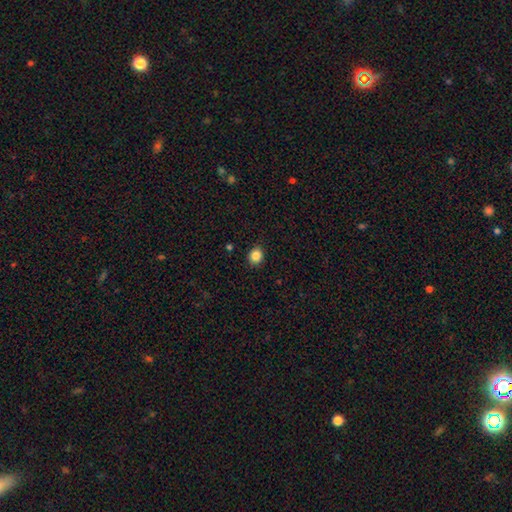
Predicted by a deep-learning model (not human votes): Smooth or featured? Predicted: smooth (p=0.85). How rounded? Predicted: round (p=0.75). Merging? Predicted: none (p=0.88).